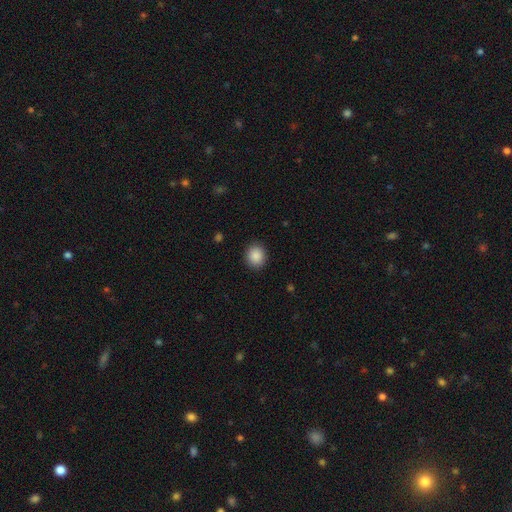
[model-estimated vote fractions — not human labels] Smooth or featured?
  - smooth: 89% *
  - star or artifact: 8%
  - featured or disk: 3%
How rounded?
  - round: 76% *
  - in between: 24%
  - cigar-shaped: 1%
Merging?
  - none: 90% *
  - minor disturbance: 7%
  - major disturbance: 2%
  - merger: 1%